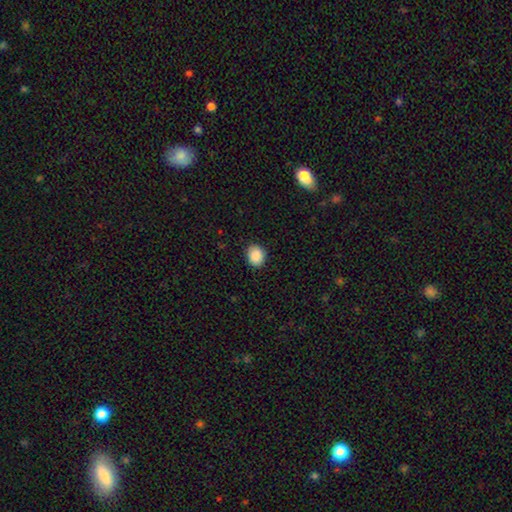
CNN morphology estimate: Q: Smooth or featured?
A: smooth (89%); runner-up: star or artifact (8%)
Q: How rounded?
A: round (57%); runner-up: in between (42%)
Q: Merging?
A: none (88%); runner-up: minor disturbance (10%)